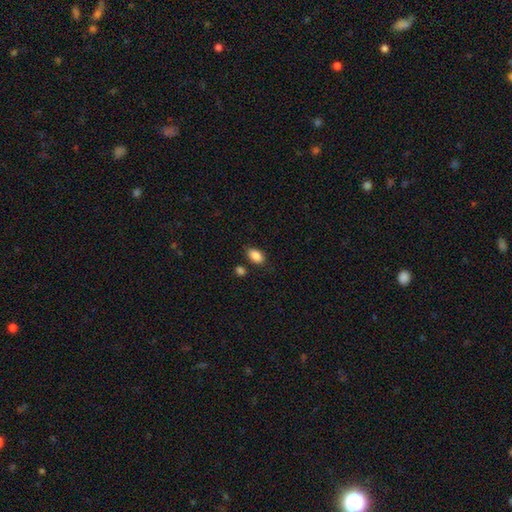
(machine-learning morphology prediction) smooth_or_featured: smooth (p=0.87) [alt: star or artifact p=0.08]
how_rounded: in between (p=0.89) [alt: round p=0.09]
merging: none (p=0.80) [alt: minor disturbance p=0.13]